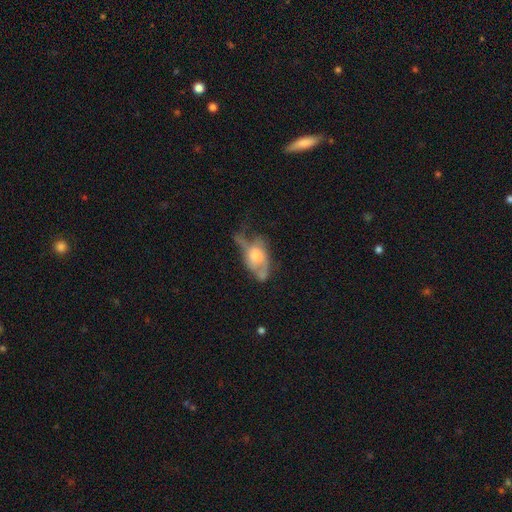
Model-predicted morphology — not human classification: featured or disk 55%, smooth 36%, star or artifact 8%. Down the decision tree: edge-on disk — no (85%); merging — major disturbance (40%).